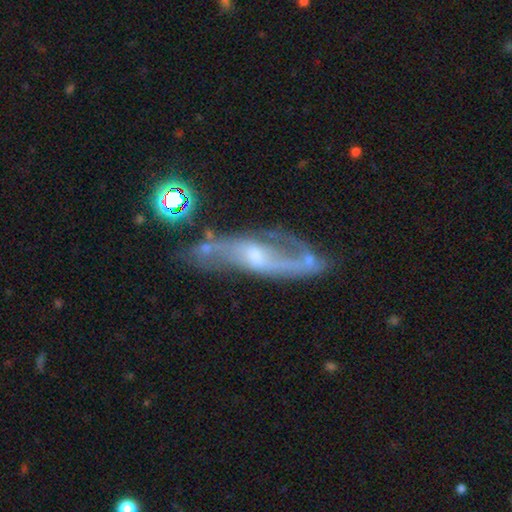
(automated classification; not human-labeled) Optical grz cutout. It shows a featured or disk galaxy (81%) with no bar (44%), 2 (74%) loose (46%) spiral arms (90%) and a small central bulge (51%). Merging: none (56%).